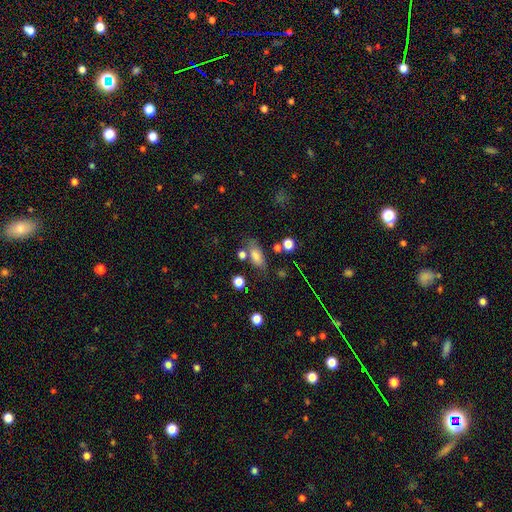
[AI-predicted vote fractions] Q: Smooth or featured?
A: smooth (77%); runner-up: star or artifact (12%)
Q: How rounded?
A: in between (82%); runner-up: cigar-shaped (10%)
Q: Merging?
A: none (62%); runner-up: minor disturbance (18%)